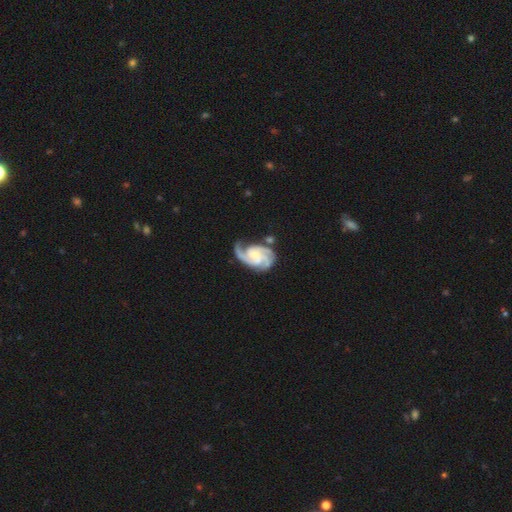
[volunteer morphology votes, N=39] This is clearly a featured or disk galaxy (82%). It is clearly not viewed edge-on (97%). Bar: likely no (74%). Spiral arm pattern: clearly yes (100%). Spiral arm count: clearly 3 (84%). Spiral winding: likely tight (65%). Central bulge: likely small (61%). Merging: possibly none (50%).